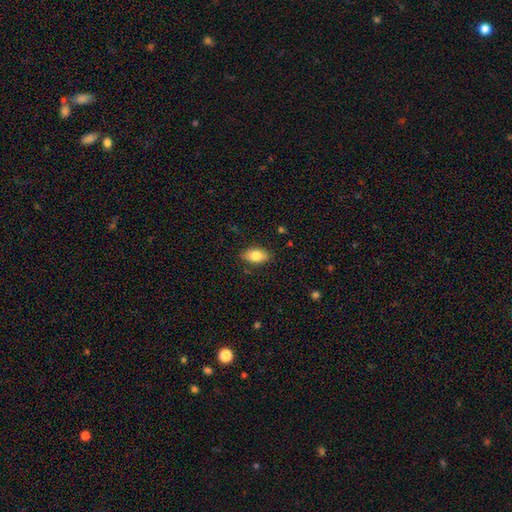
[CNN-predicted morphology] Smooth or featured?
  - smooth: 80% *
  - featured or disk: 13%
  - star or artifact: 7%
How rounded?
  - in between: 92% *
  - round: 5%
  - cigar-shaped: 3%
Merging?
  - none: 86% *
  - minor disturbance: 11%
  - major disturbance: 2%
  - merger: 1%